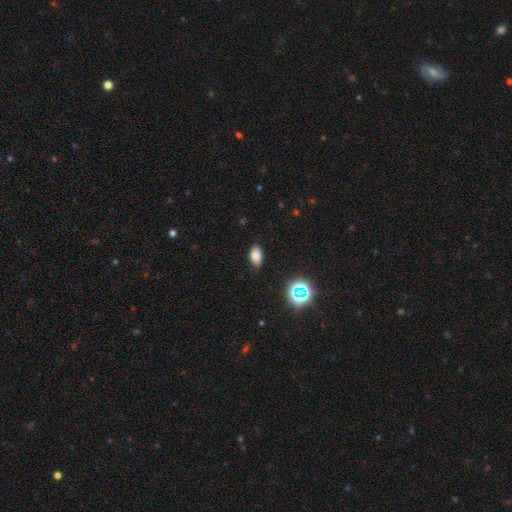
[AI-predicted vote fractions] Smooth or featured? Predicted: smooth (p=0.77). How rounded? Predicted: in between (p=0.91). Merging? Predicted: none (p=0.86).